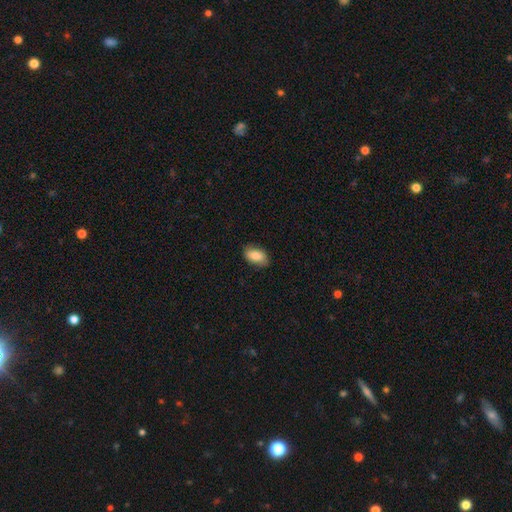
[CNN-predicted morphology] A smooth galaxy with no disk features (84%) that is in between round and cigar-shaped (91%). Merging: none (82%).